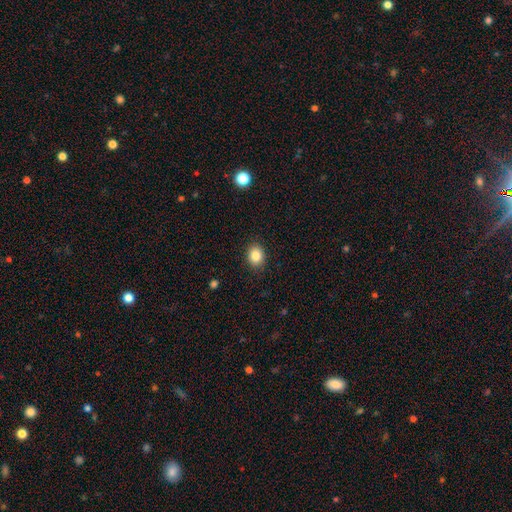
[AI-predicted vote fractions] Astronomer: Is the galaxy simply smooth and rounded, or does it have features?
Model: smooth — 85%.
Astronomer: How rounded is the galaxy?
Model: round — 54% (runner-up: in between, 45%).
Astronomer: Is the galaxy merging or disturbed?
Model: none — 89%.